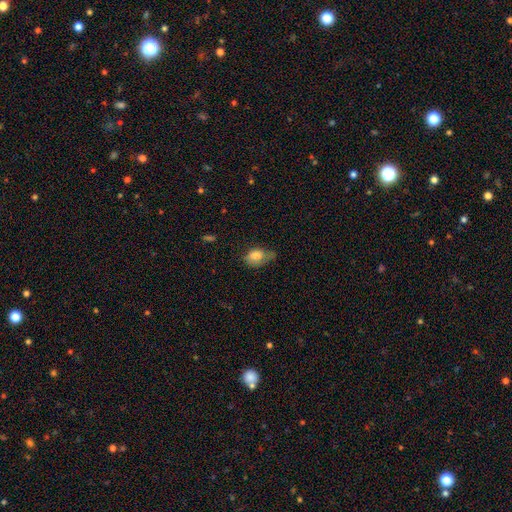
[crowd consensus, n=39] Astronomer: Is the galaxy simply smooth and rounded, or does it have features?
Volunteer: smooth — 69%.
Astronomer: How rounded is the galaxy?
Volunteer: in between — 89%.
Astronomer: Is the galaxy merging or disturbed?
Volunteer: minor disturbance — 53%.